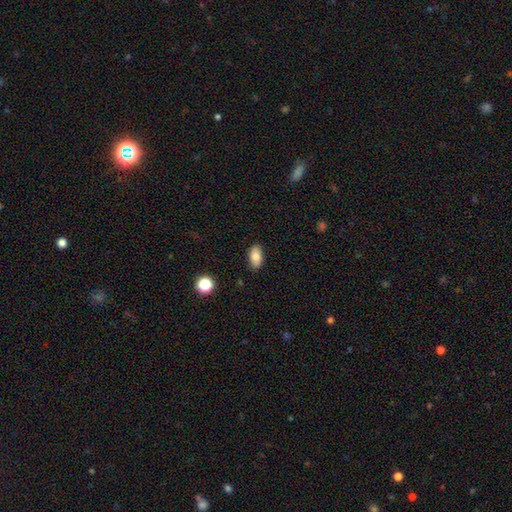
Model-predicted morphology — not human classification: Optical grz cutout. It shows a smooth galaxy with no disk features (80%) that is in between round and cigar-shaped (92%). Merging: none (86%).